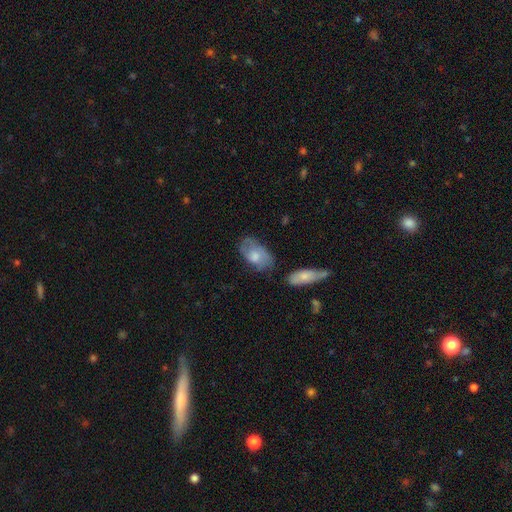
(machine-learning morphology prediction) This is possibly a smooth galaxy (58%). How rounded: clearly in between (90%). Merging: possibly none (50%).